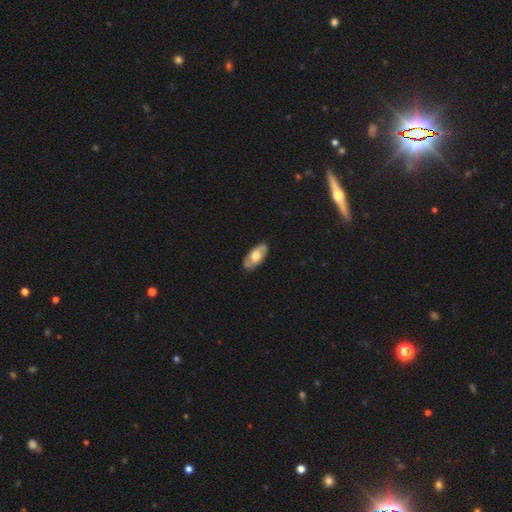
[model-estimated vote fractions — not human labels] Smooth or featured: smooth — 53% (featured or disk — 42%)
How rounded: in between — 90% (cigar-shaped — 7%)
Merging: none — 84% (minor disturbance — 12%)